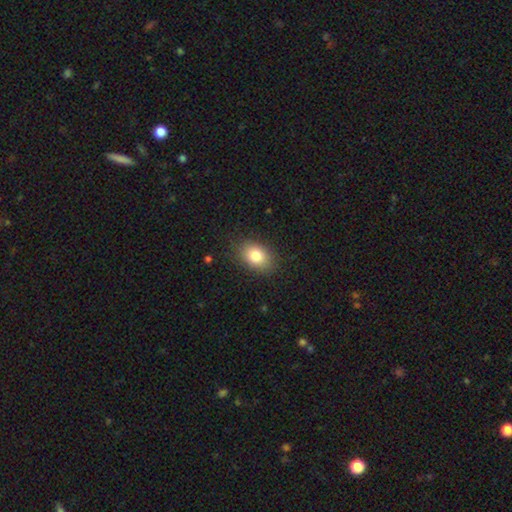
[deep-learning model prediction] A smooth galaxy with no disk features (82%) that is in between round and cigar-shaped (78%). Merging: none (85%).